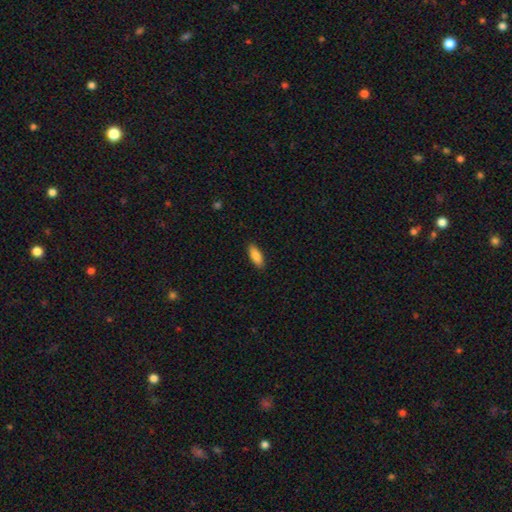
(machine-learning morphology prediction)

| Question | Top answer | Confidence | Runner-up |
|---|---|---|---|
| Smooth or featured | smooth | 86% | featured or disk (8%) |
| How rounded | in between | 70% | cigar-shaped (28%) |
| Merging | none | 89% | minor disturbance (9%) |